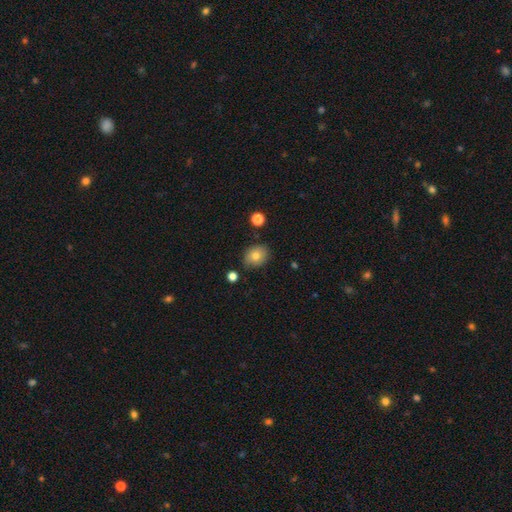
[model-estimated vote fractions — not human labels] Q: Smooth or featured?
A: smooth (78%); runner-up: featured or disk (12%)
Q: How rounded?
A: round (56%); runner-up: in between (43%)
Q: Merging?
A: none (81%); runner-up: minor disturbance (13%)